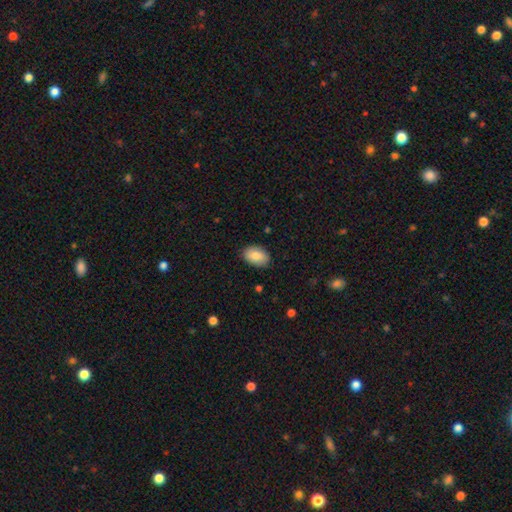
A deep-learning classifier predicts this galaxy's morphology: This appears to be a smooth galaxy with no disk features (86%) that is in between round and cigar-shaped (88%). Merging: none (86%).